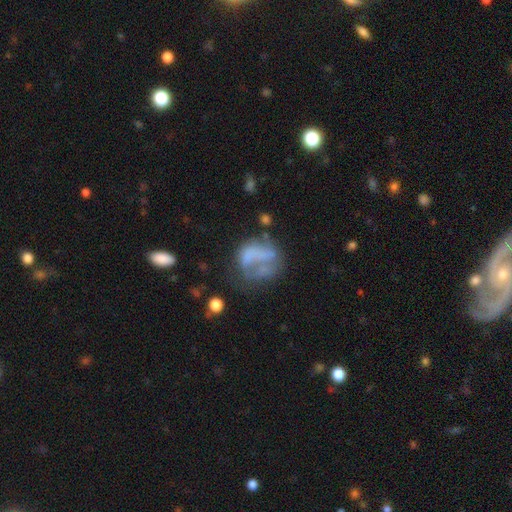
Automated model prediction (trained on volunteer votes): Q: Smooth or featured?
A: featured or disk (44%); runner-up: smooth (43%)
Q: Merging?
A: major disturbance (34%); runner-up: none (32%)